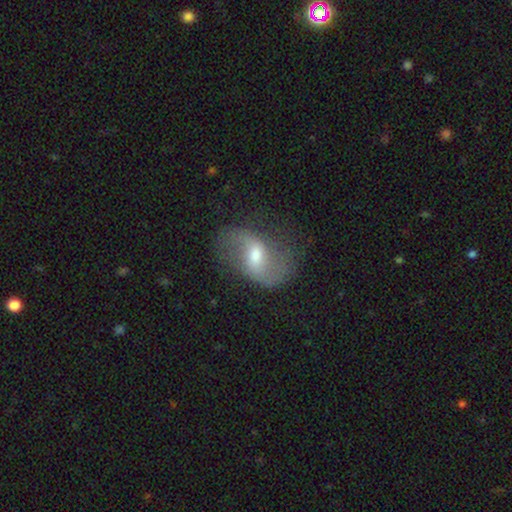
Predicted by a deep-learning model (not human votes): Overall: featured or disk (74%). Edge-on disk: no (96%). Bar: weak (53%; strong 26%). Spiral arms: yes (87%). Spiral arm count: 2 (89%). Spiral winding: loose (69%). Bulge size: moderate (60%; small 28%). Merging: none (65%).